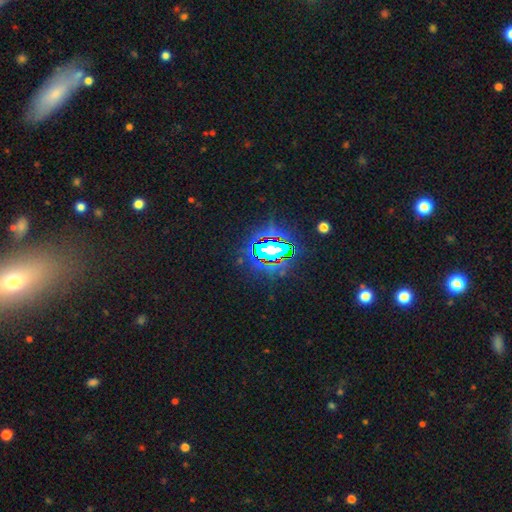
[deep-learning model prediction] Smooth or featured? star or artifact (80%)